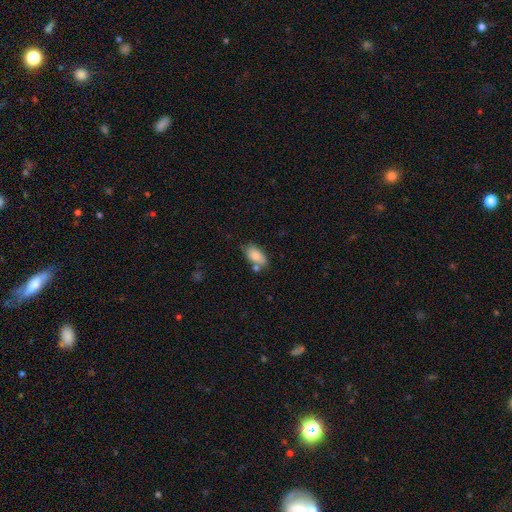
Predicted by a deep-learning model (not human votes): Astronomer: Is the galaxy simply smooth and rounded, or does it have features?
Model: smooth — 83%.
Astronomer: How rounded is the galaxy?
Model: in between — 91%.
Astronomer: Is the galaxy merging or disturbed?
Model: none — 61%.